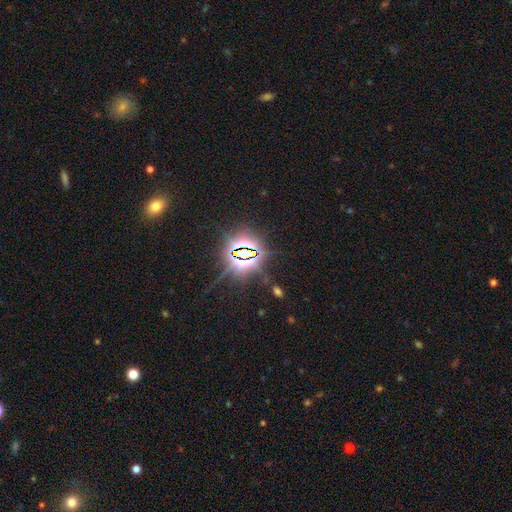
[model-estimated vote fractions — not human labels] This is clearly a star or artifact rather than a galaxy (84%).